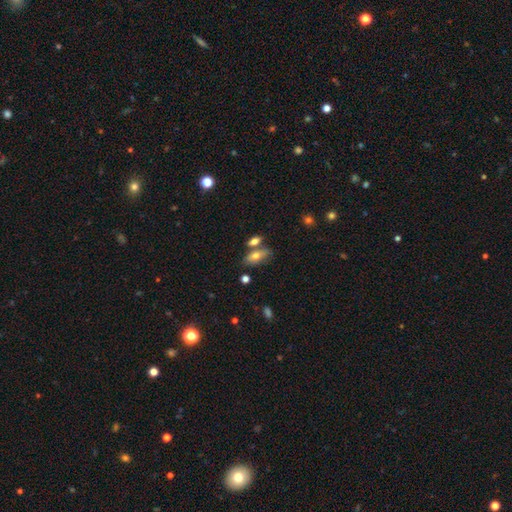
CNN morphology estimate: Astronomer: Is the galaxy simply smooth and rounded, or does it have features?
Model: smooth — 69%.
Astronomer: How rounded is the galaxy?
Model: in between — 81%.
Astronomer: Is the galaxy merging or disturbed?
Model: none — 58%.